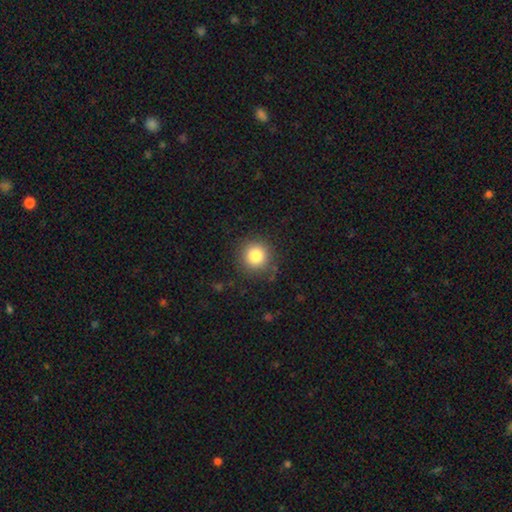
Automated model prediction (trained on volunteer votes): smooth-or-featured: smooth: 84% | star or artifact: 11% | featured or disk: 6%
  how-rounded: round: 94% | in between: 5% | cigar-shaped: 1%
  merging: none: 88% | minor disturbance: 8% | major disturbance: 3% | merger: 1%